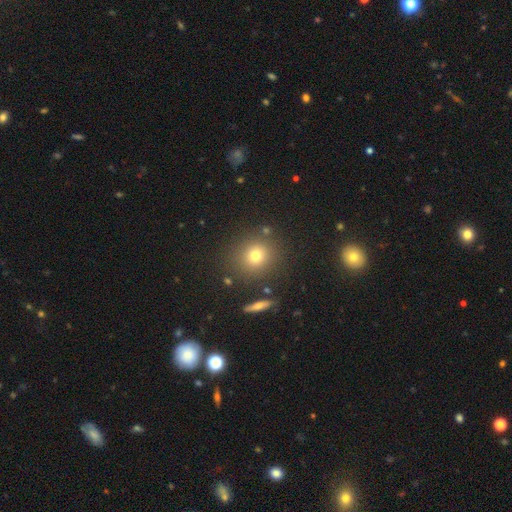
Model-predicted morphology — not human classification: Smooth or featured? Predicted: smooth (p=0.72). How rounded? Predicted: round (p=0.88). Merging? Predicted: none (p=0.85).